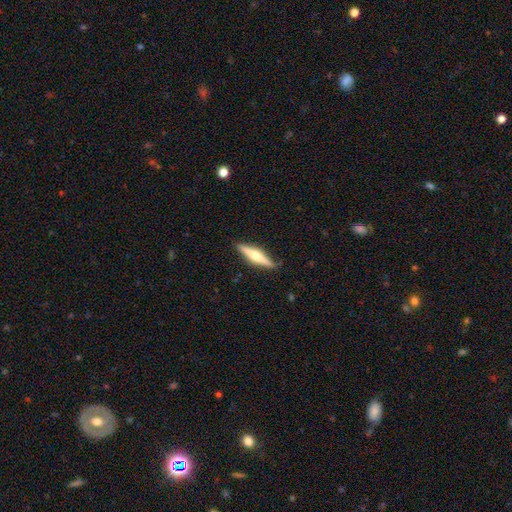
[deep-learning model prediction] The model was most divided on "smooth or featured": featured or disk: 64%, smooth: 31%, star or artifact: 5%. More confident: edge-on disk — yes (97%); edge-on bulge — rounded (91%); merging — none (88%).